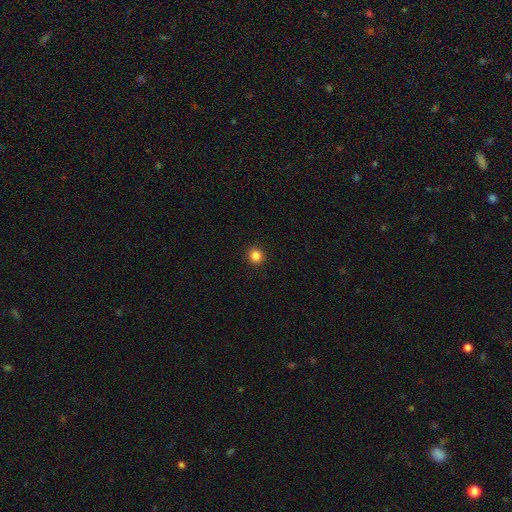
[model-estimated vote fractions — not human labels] Smooth or featured? smooth (85%)
How rounded? round (93%)
Merging? none (93%)